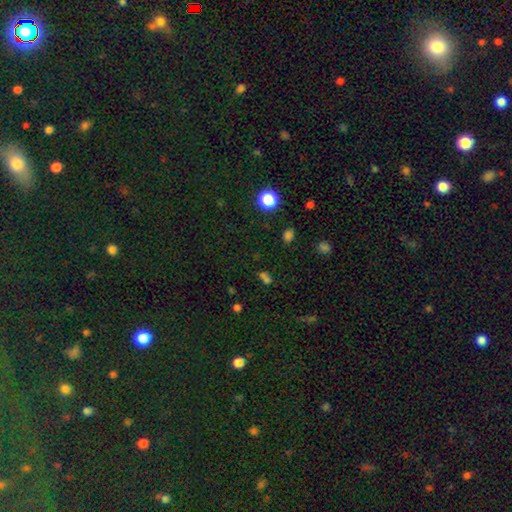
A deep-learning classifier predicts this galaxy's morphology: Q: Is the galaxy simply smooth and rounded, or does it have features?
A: star or artifact — 69%.